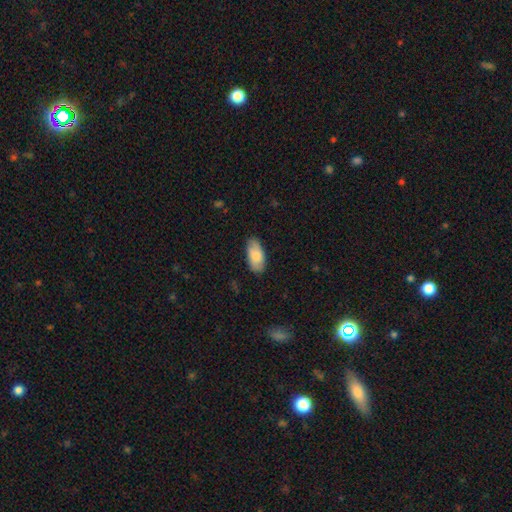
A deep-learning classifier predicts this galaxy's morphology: A smooth galaxy with no disk features (82%) that is in between round and cigar-shaped (93%). Merging: none (82%).